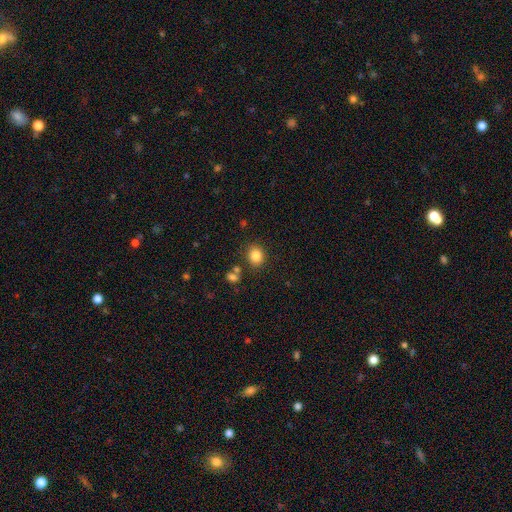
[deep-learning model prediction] Smooth or featured? Predicted: smooth (p=0.84). How rounded? Predicted: round (p=0.68). Merging? Predicted: none (p=0.82).